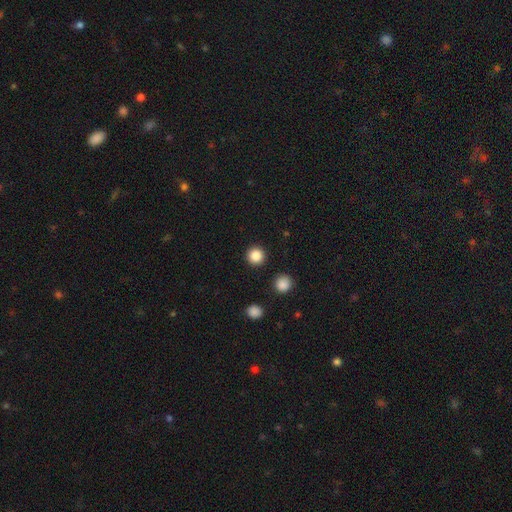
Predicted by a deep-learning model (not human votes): Smooth or featured? Predicted: smooth (p=0.86). How rounded? Predicted: round (p=0.95). Merging? Predicted: none (p=0.92).